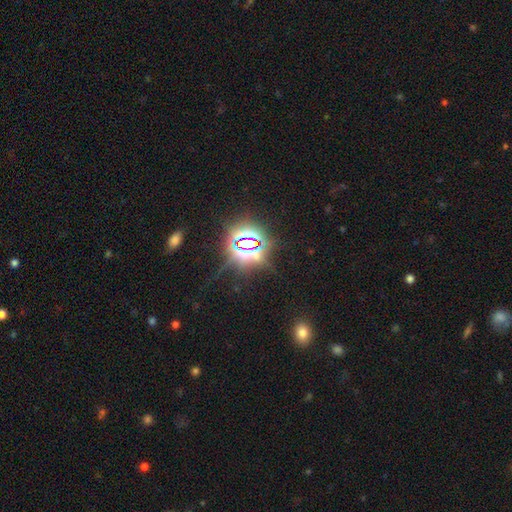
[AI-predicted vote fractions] smooth-or-featured: star or artifact: 81% | smooth: 10% | featured or disk: 9%